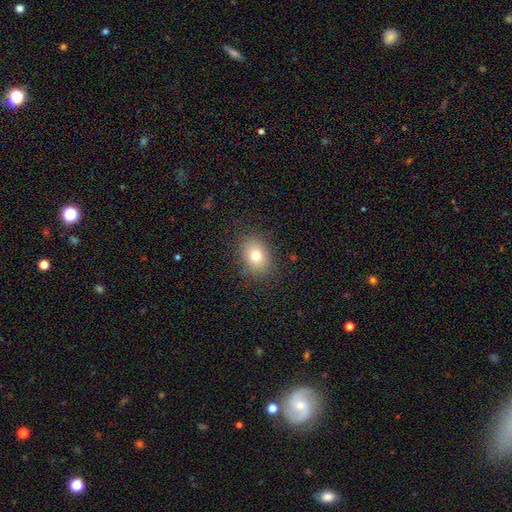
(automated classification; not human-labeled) This appears to be a smooth galaxy with no disk features (75%) that is in between round and cigar-shaped (58%). Merging: none (86%).